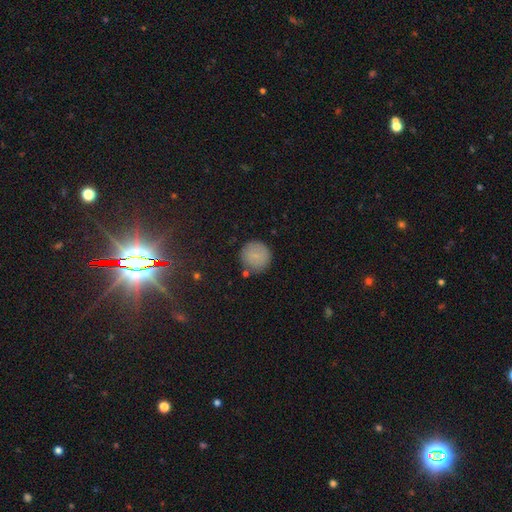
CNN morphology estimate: A smooth galaxy with no disk features (81%) that is round (95%). Merging: none (85%).